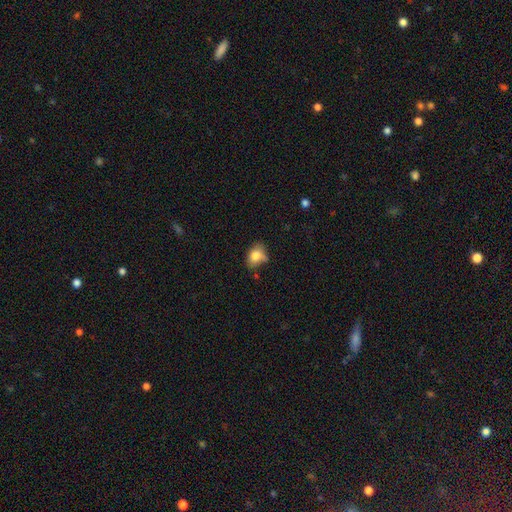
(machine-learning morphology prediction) This appears to be a smooth galaxy with no disk features (79%) that is in between round and cigar-shaped (68%). Merging: none (53%).